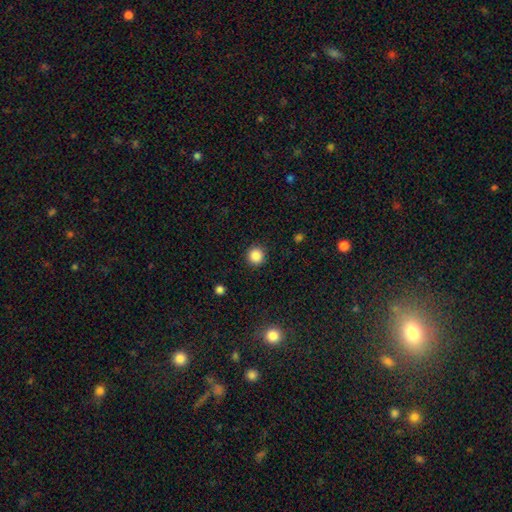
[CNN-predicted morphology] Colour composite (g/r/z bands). It shows a smooth galaxy with no disk features (86%) that is round (94%). Merging: none (91%).